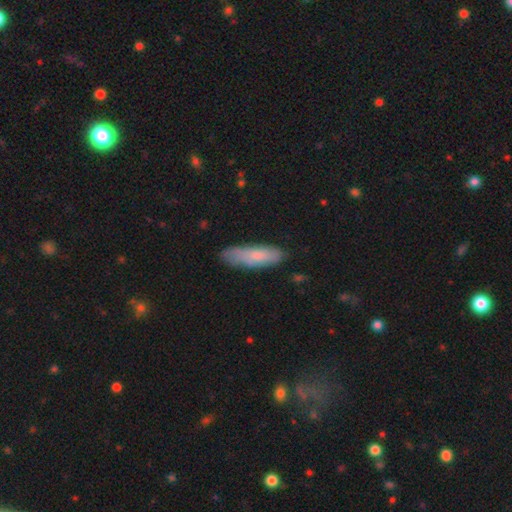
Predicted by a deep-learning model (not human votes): A smooth galaxy with no disk features (75%) that is cigar-shaped (56%).

Vote fractions:
- Smooth or featured? smooth: 75% / featured or disk: 19% / star or artifact: 6%
- How rounded? cigar-shaped: 56% / in between: 42% / round: 2%
- Merging? none: 70% / minor disturbance: 23% / major disturbance: 5% / merger: 2%